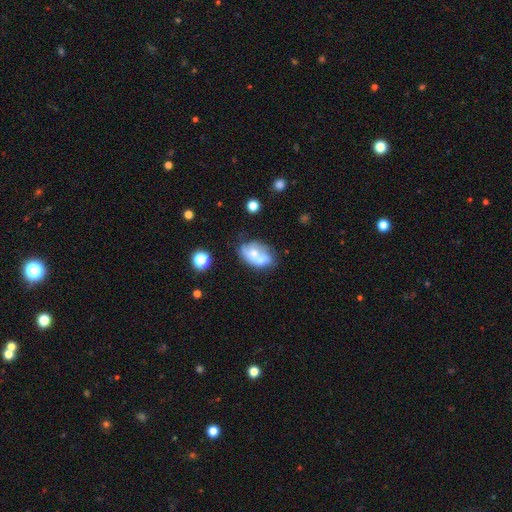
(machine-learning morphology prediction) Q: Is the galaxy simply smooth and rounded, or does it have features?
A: smooth — 47%.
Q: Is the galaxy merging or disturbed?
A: merger — 40%.